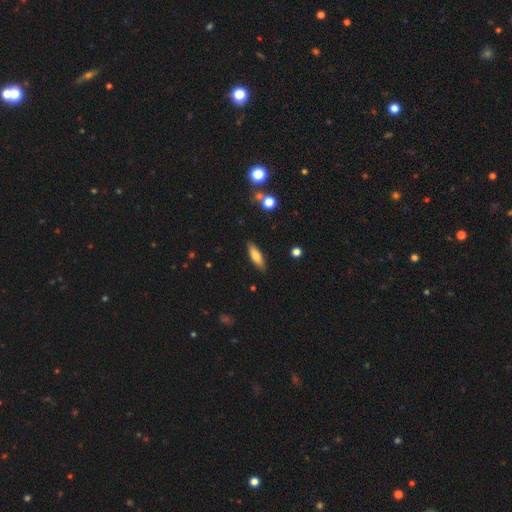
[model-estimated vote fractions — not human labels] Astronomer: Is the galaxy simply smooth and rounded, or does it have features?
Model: smooth — 70%.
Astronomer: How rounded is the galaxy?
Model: cigar-shaped — 50% (runner-up: in between, 48%).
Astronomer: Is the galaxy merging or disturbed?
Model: none — 86%.